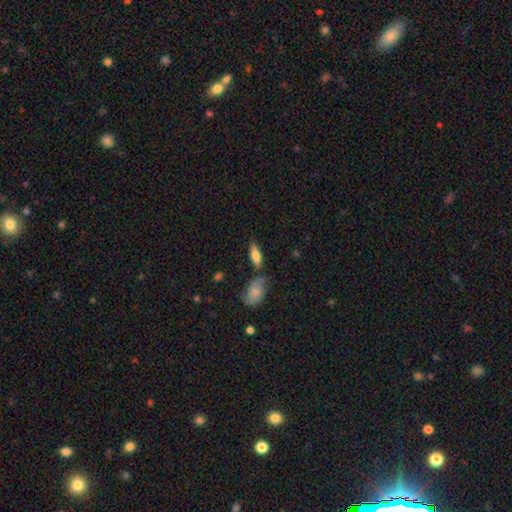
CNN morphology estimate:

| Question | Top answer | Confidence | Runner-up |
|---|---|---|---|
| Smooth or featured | smooth | 71% | featured or disk (22%) |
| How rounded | in between | 70% | cigar-shaped (27%) |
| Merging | none | 68% | minor disturbance (17%) |